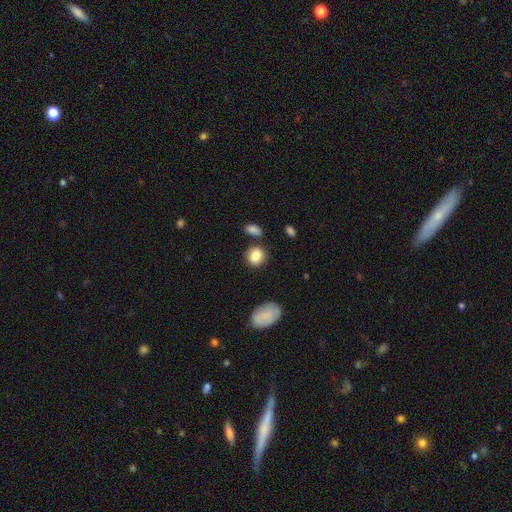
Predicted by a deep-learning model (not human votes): Morphology: type=smooth (85%); roundness=round (70%); merging=none (76%).